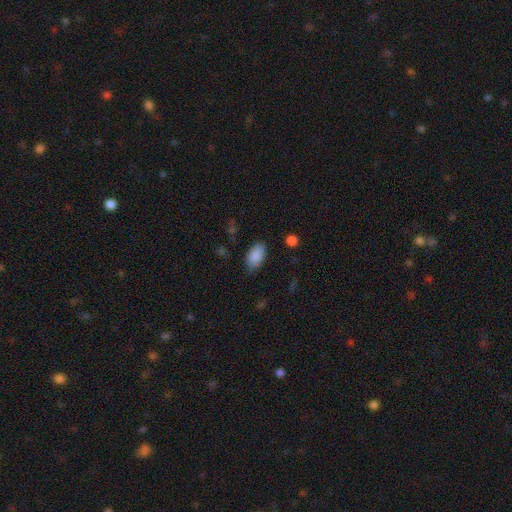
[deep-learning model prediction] smooth-or-featured: smooth: 88% | star or artifact: 7% | featured or disk: 5%
  how-rounded: in between: 93% | round: 5% | cigar-shaped: 2%
  merging: none: 74% | minor disturbance: 20% | major disturbance: 4% | merger: 1%